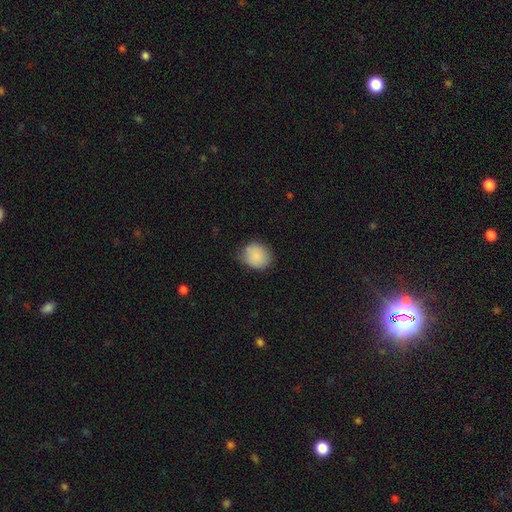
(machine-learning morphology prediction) The model was most divided on "how rounded": round: 66%, in between: 33%, cigar-shaped: 1%. More confident: smooth or featured — smooth (87%); merging — none (68%).